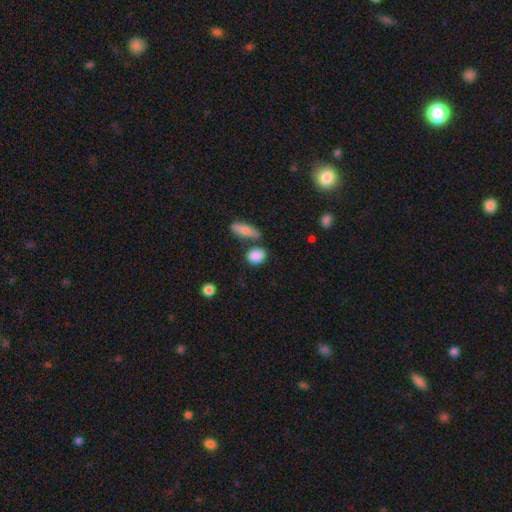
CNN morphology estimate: The model was most divided on "how rounded": round: 54%, in between: 43%, cigar-shaped: 3%. More confident: smooth or featured — smooth (86%); merging — none (65%).